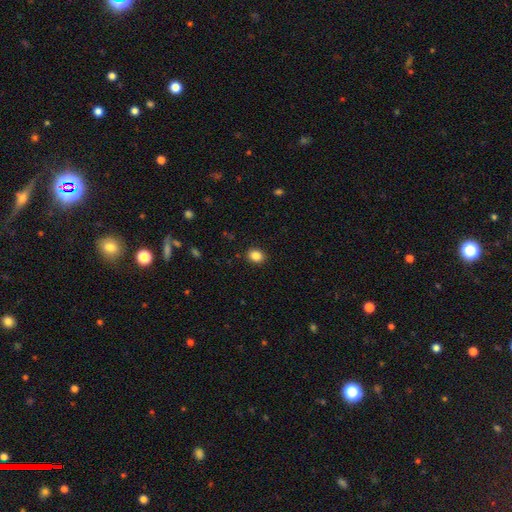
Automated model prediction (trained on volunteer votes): smooth 86%, star or artifact 10%, featured or disk 4%. Down the decision tree: how rounded — in between (50%); merging — none (90%).